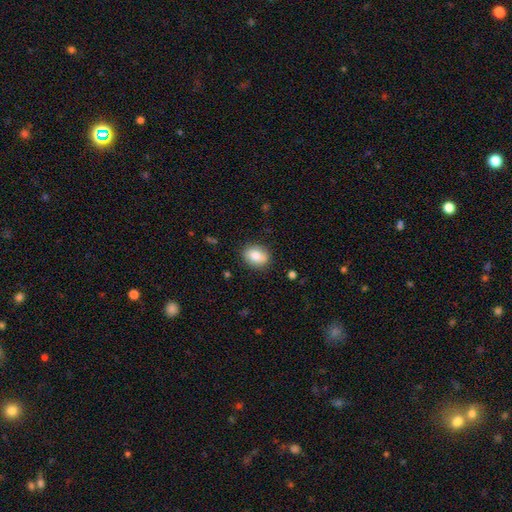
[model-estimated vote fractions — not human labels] smooth_or_featured: smooth (p=0.83) [alt: featured or disk p=0.09]
how_rounded: in between (p=0.70) [alt: round p=0.29]
merging: none (p=0.85) [alt: minor disturbance p=0.11]